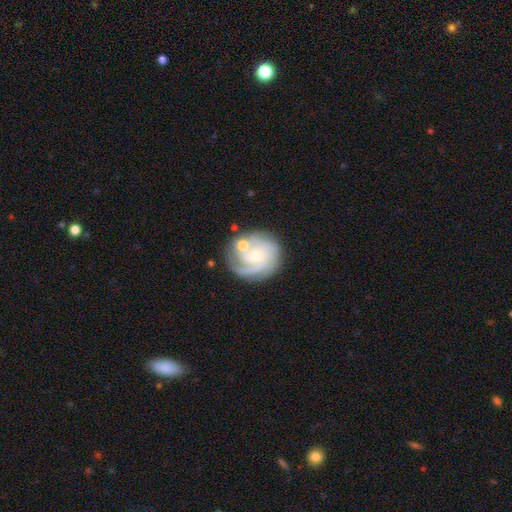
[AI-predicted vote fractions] Morphology: type=featured or disk (79%); edge-on=no (98%); bar=no (73%); spiral arms=yes (94%); winding=tight (62%); arm count=3 (35%); bulge=small (63%); merging=none (66%).